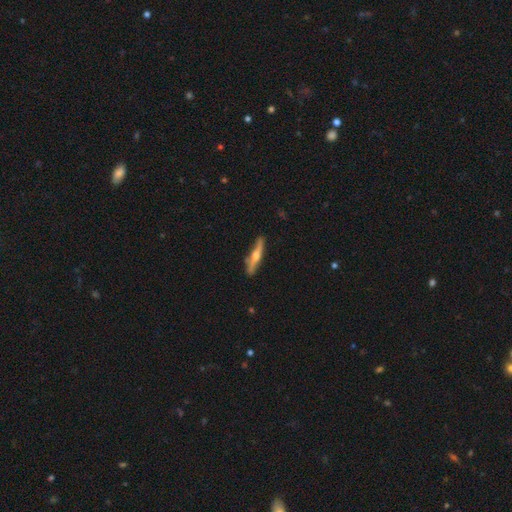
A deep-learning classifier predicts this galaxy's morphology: Smooth or featured?
  - featured or disk: 64% *
  - smooth: 30%
  - star or artifact: 6%
Edge-on disk?
  - yes: 93% *
  - no: 7%
Edge-on bulge?
  - rounded: 88% *
  - none: 7%
  - boxy: 4%
Merging?
  - none: 84% *
  - minor disturbance: 12%
  - major disturbance: 2%
  - merger: 2%